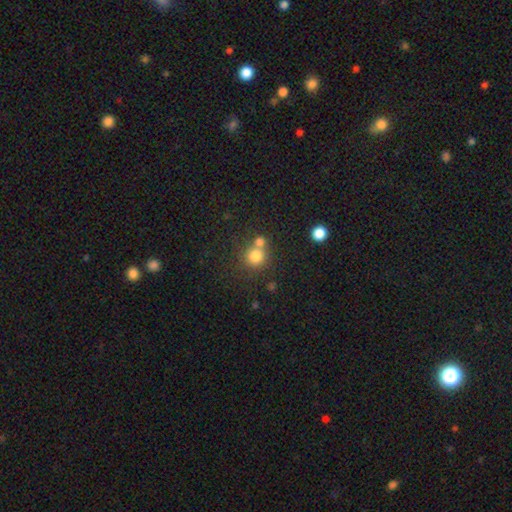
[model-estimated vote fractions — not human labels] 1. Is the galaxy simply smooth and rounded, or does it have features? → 79% smooth, 13% star or artifact, 8% featured or disk.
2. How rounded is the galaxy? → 89% round, 10% in between, 1% cigar-shaped.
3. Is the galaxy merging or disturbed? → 53% none, 36% merger, 7% minor disturbance, 3% major disturbance.